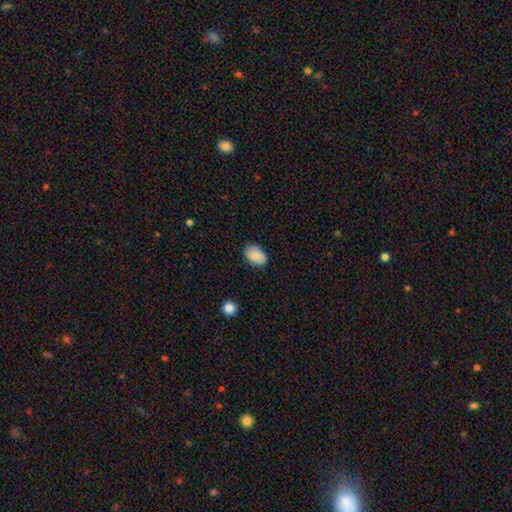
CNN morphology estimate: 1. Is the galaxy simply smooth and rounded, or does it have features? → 82% smooth, 10% featured or disk, 7% star or artifact.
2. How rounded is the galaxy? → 82% in between, 17% round, 1% cigar-shaped.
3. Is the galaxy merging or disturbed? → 83% none, 13% minor disturbance, 2% major disturbance, 1% merger.